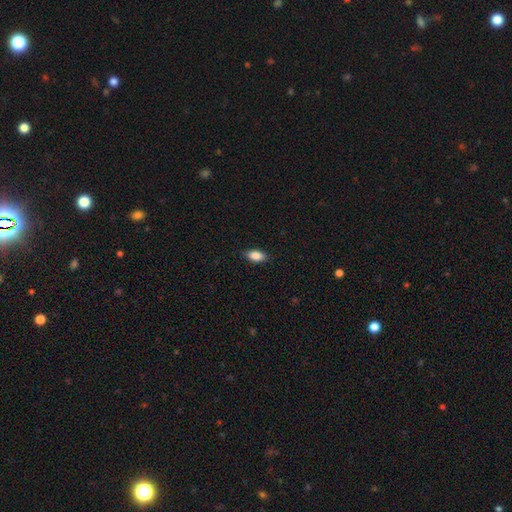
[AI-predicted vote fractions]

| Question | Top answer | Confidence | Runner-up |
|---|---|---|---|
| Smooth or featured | smooth | 86% | star or artifact (7%) |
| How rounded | in between | 89% | cigar-shaped (7%) |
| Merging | none | 86% | minor disturbance (11%) |